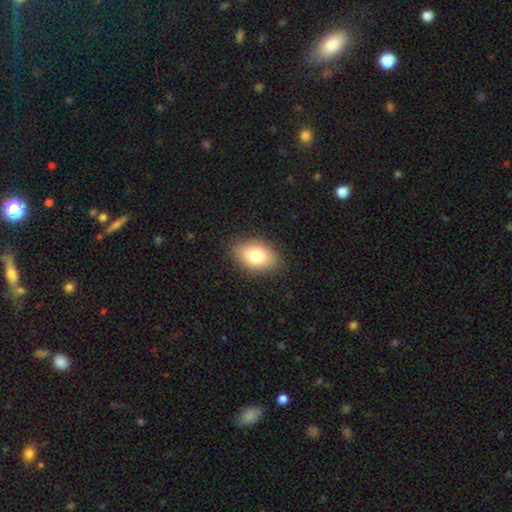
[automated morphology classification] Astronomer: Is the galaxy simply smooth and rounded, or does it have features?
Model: smooth — 80%.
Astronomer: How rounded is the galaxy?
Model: in between — 85%.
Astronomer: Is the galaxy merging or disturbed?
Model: none — 86%.